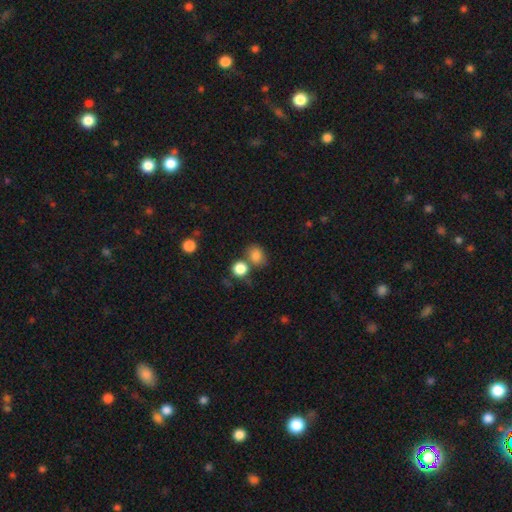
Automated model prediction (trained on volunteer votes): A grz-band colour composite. It shows a smooth galaxy with no disk features (83%) that is round (56%). Merging: none (60%).